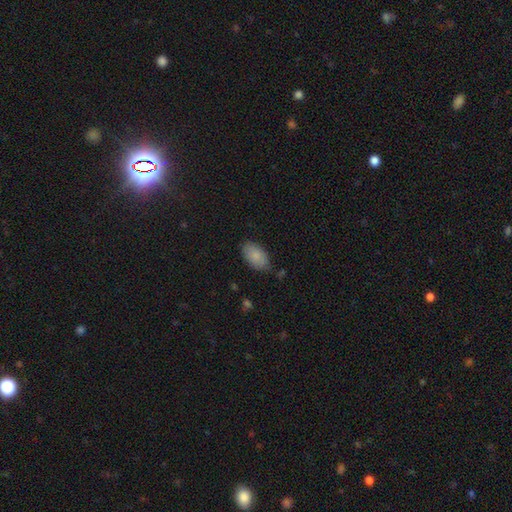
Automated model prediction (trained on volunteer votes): Q: Smooth or featured?
A: smooth (87%); runner-up: featured or disk (7%)
Q: How rounded?
A: in between (94%); runner-up: round (4%)
Q: Merging?
A: none (77%); runner-up: minor disturbance (17%)